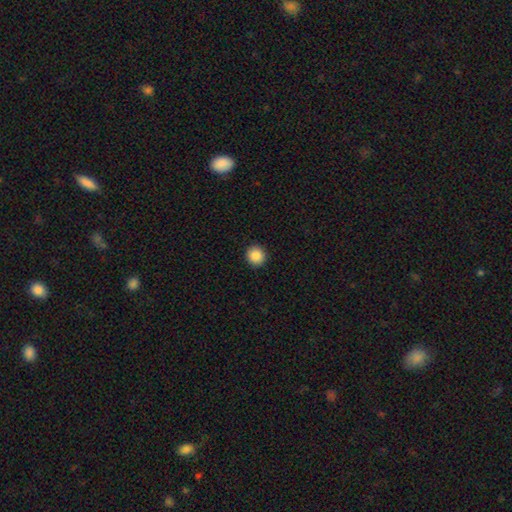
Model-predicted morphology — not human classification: Overall: smooth (88%). How rounded: round (93%). Merging: none (93%).